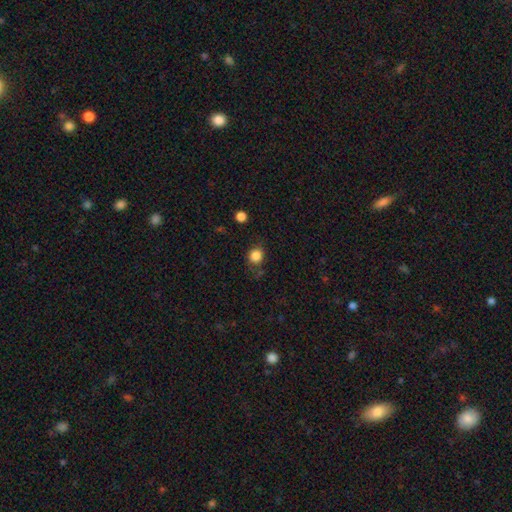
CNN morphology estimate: The model was most divided on "merging": none: 73%, minor disturbance: 18%, major disturbance: 6%, merger: 3%. More confident: smooth or featured — smooth (85%); how rounded — round (80%).